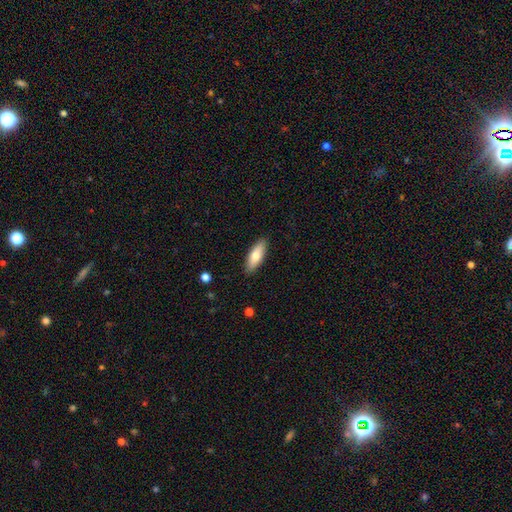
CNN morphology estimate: Smooth or featured? Predicted: smooth (p=0.71). How rounded? Predicted: in between (p=0.62). Merging? Predicted: none (p=0.89).